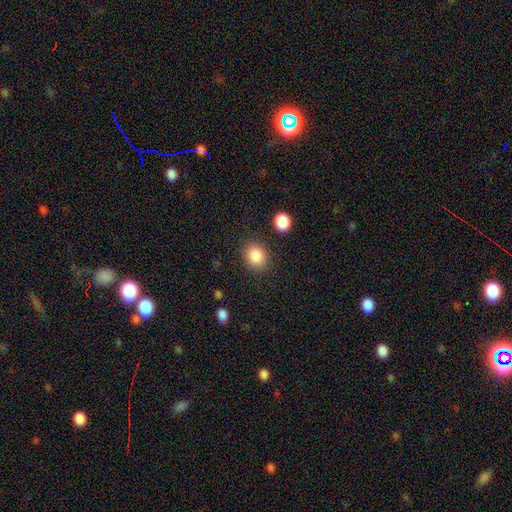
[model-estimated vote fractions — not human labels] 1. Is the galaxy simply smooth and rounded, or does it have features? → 87% smooth, 9% star or artifact, 4% featured or disk.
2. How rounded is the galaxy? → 64% round, 35% in between, 1% cigar-shaped.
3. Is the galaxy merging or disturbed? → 84% none, 9% minor disturbance, 4% major disturbance, 3% merger.